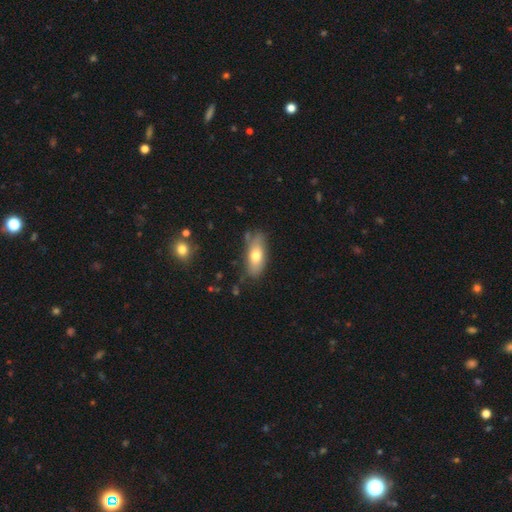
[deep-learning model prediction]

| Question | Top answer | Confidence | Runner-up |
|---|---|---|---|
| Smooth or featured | smooth | 69% | featured or disk (24%) |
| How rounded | in between | 77% | cigar-shaped (19%) |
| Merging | none | 69% | minor disturbance (22%) |